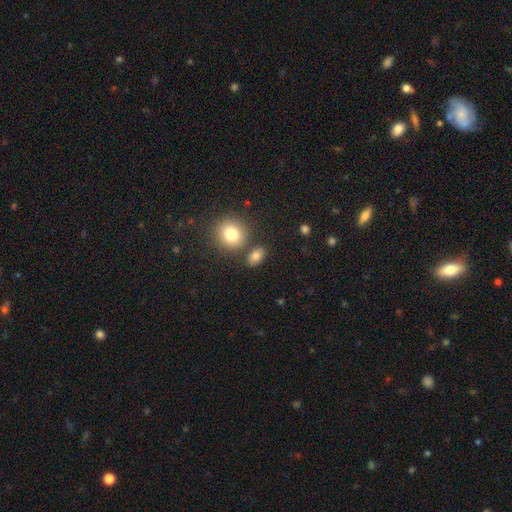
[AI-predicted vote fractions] smooth_or_featured: smooth (p=0.81) [alt: star or artifact p=0.11]
how_rounded: in between (p=0.71) [alt: round p=0.27]
merging: none (p=0.77) [alt: minor disturbance p=0.10]